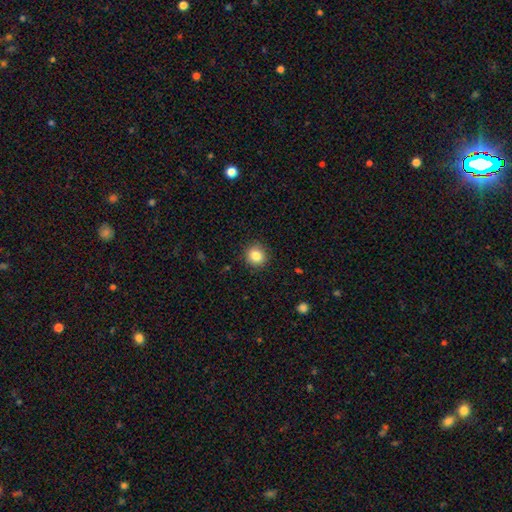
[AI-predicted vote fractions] This appears to be a smooth galaxy with no disk features (84%) that is round (90%). Merging: none (91%).